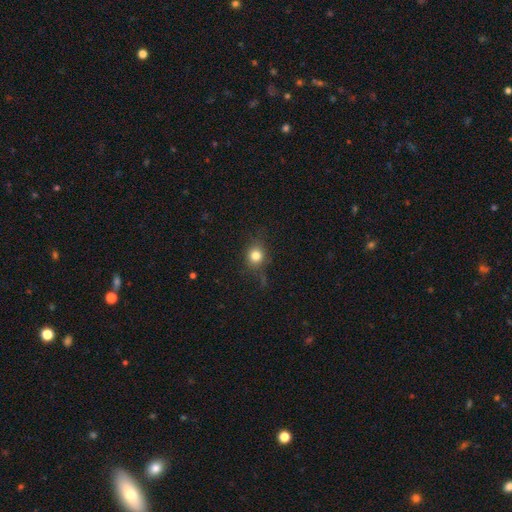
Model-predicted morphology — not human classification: type=smooth (79%); roundness=round (73%); merging=none (73%).